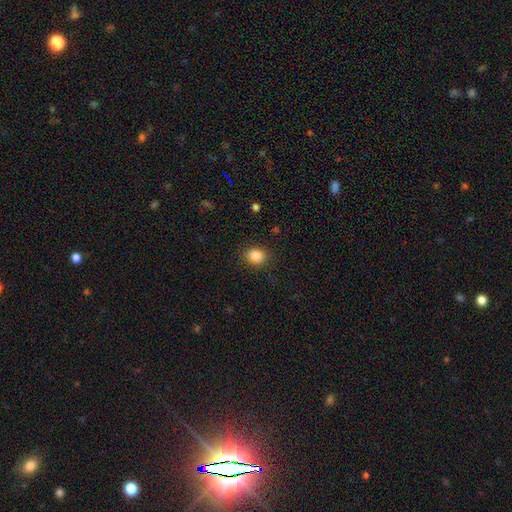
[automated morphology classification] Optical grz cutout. It shows a smooth galaxy with no disk features (85%) that is round (75%). Merging: none (88%).